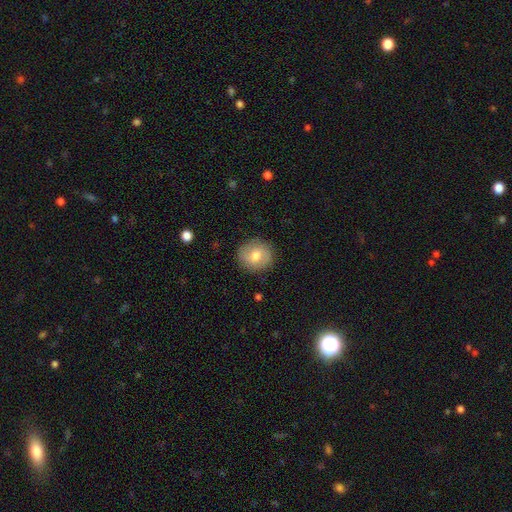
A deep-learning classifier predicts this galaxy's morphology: Smooth or featured?
  - smooth: 69% *
  - featured or disk: 23%
  - star or artifact: 8%
How rounded?
  - round: 87% *
  - in between: 12%
  - cigar-shaped: 1%
Merging?
  - none: 86% *
  - minor disturbance: 10%
  - major disturbance: 3%
  - merger: 1%